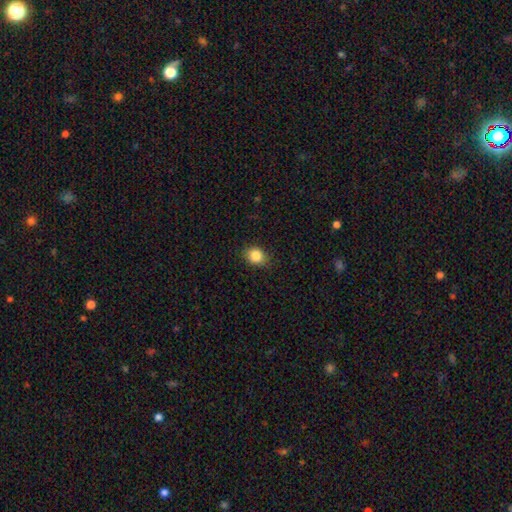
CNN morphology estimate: This is clearly a smooth galaxy (85%). How rounded: possibly round (53%). Merging: clearly none (84%).